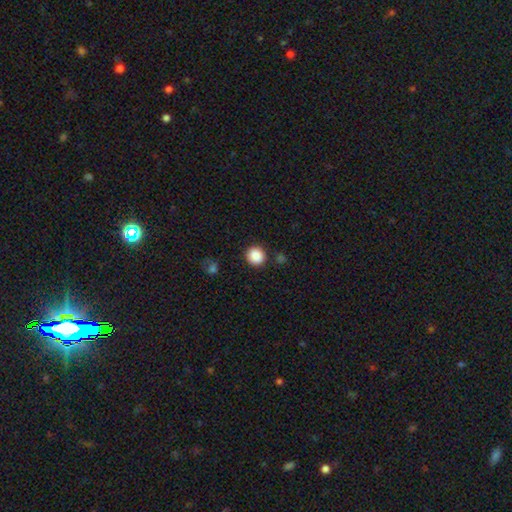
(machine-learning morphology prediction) Smooth or featured? Predicted: smooth (p=0.87). How rounded? Predicted: round (p=0.93). Merging? Predicted: none (p=0.89).